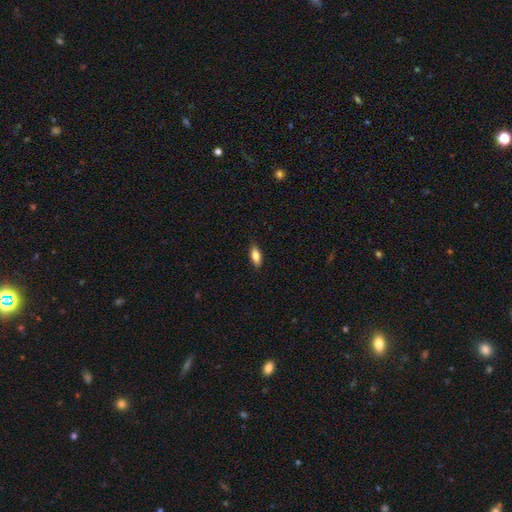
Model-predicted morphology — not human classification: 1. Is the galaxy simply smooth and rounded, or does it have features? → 80% smooth, 13% featured or disk, 7% star or artifact.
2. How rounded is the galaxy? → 81% in between, 16% cigar-shaped, 3% round.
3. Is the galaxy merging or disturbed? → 88% none, 9% minor disturbance, 2% major disturbance, 1% merger.